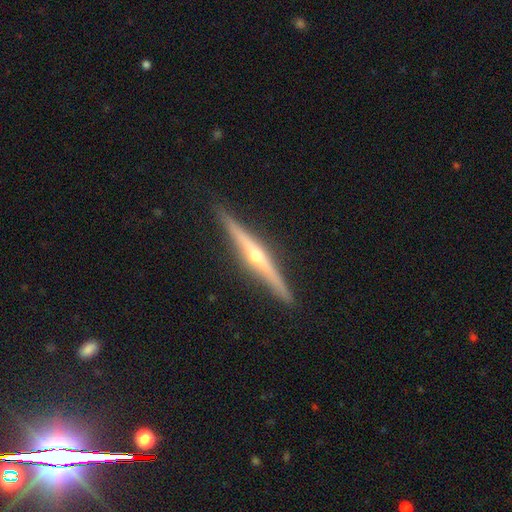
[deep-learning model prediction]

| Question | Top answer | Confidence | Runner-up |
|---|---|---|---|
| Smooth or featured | featured or disk | 84% | smooth (11%) |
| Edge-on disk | yes | 98% | no (2%) |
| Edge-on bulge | rounded | 91% | none (6%) |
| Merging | none | 91% | minor disturbance (6%) |